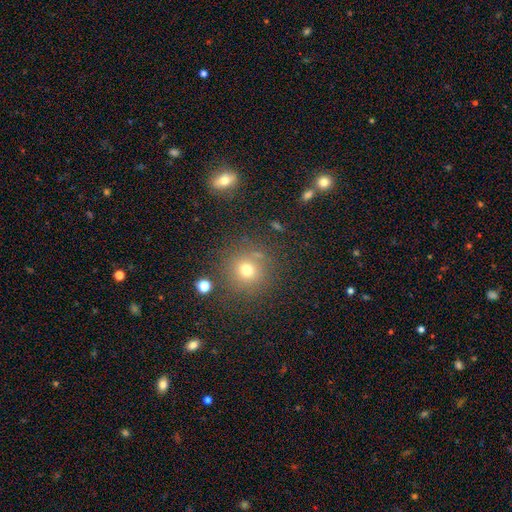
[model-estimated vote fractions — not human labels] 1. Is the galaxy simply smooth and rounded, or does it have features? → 61% smooth, 29% star or artifact, 11% featured or disk.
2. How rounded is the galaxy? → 93% round, 6% in between, 1% cigar-shaped.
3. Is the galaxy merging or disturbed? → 83% none, 8% minor disturbance, 5% merger, 3% major disturbance.